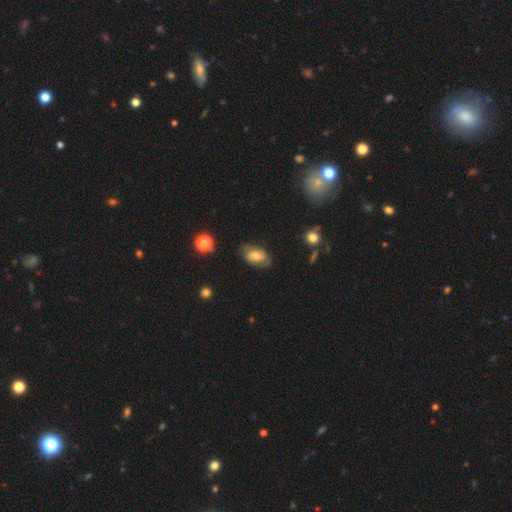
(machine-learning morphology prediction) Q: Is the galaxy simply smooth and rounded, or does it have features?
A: smooth — 56%.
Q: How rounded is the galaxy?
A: in between — 89%.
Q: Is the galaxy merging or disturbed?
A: none — 70%.